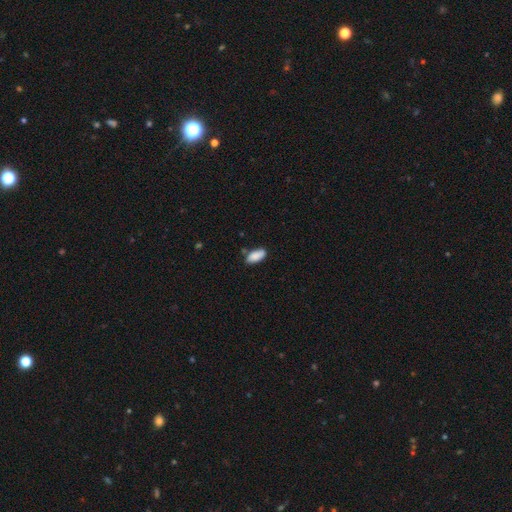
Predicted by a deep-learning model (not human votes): Smooth or featured: smooth — 88% (star or artifact — 7%)
How rounded: in between — 88% (cigar-shaped — 10%)
Merging: none — 74% (minor disturbance — 19%)